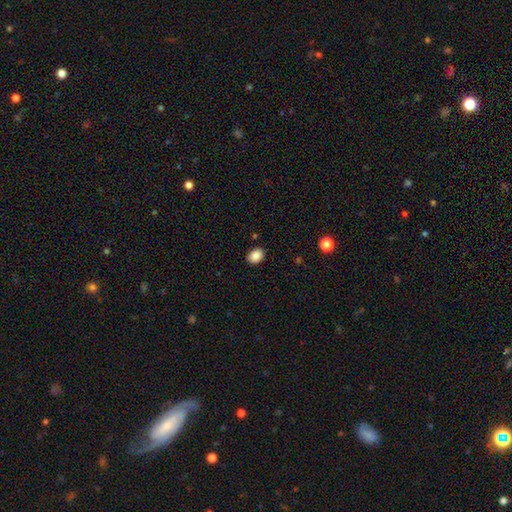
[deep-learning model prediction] This is clearly a smooth galaxy (88%). How rounded: likely in between (67%). Merging: clearly none (87%).